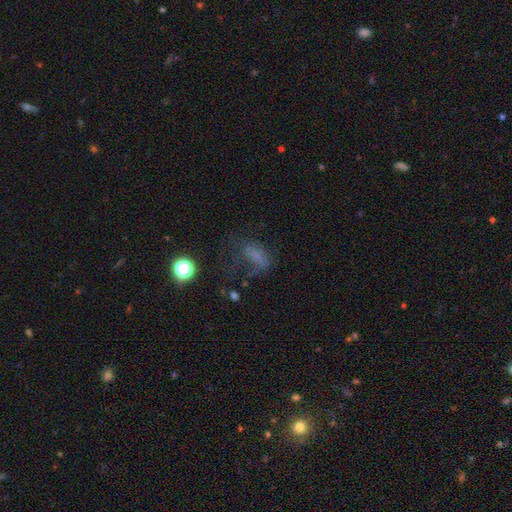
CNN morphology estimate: This appears to be a smooth galaxy with no disk features (48%). Merging: major disturbance (43%).